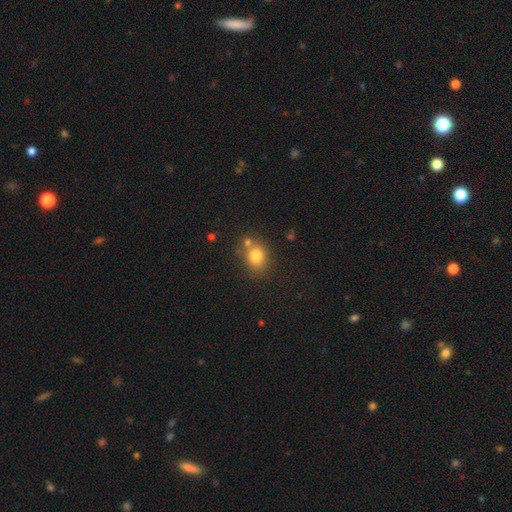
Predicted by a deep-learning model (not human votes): smooth 81%, star or artifact 11%, featured or disk 8%. Down the decision tree: how rounded — round (55%); merging — none (63%).